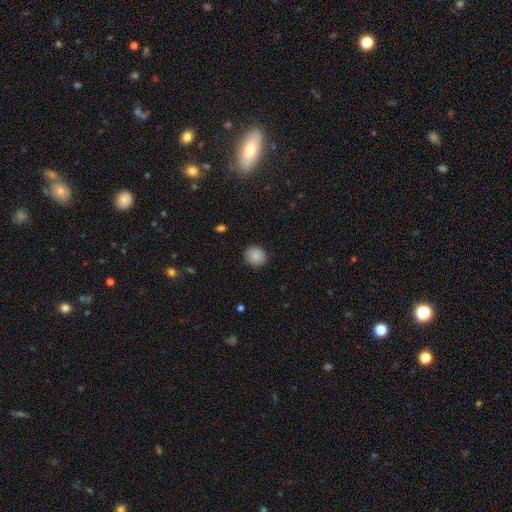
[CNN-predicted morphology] Smooth or featured? Predicted: smooth (p=0.86). How rounded? Predicted: round (p=0.84). Merging? Predicted: none (p=0.88).